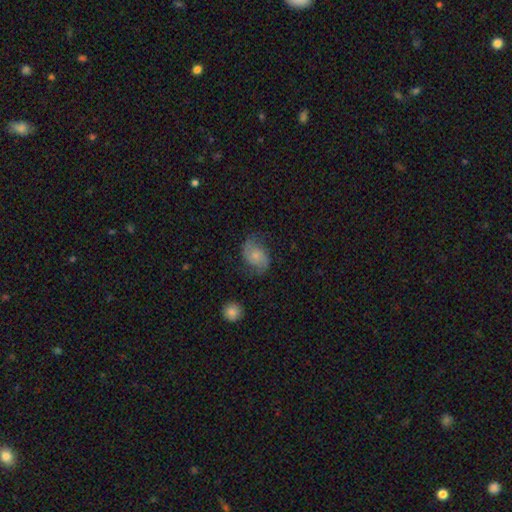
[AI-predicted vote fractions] This appears to be a featured or disk galaxy (62%) with no bar (70%), 2 (90%) medium (43%) spiral arms (92%) and a small central bulge (56%). Merging: none (68%).